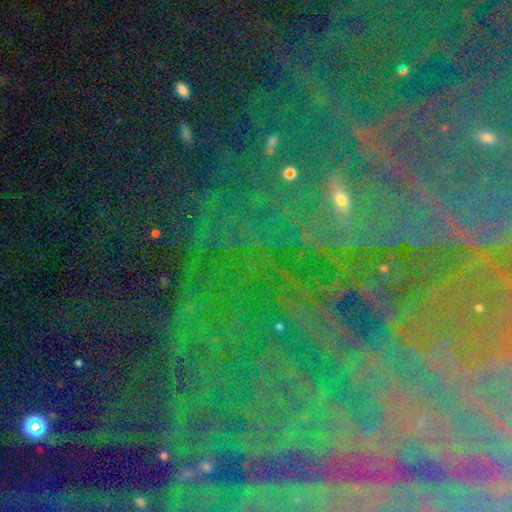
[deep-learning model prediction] smooth_or_featured: star or artifact (p=0.77) [alt: featured or disk p=0.14]